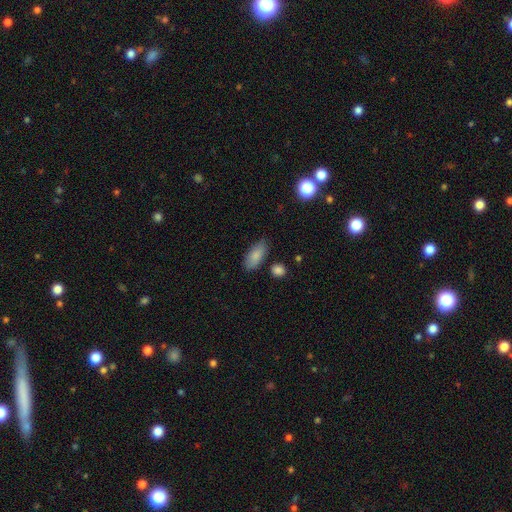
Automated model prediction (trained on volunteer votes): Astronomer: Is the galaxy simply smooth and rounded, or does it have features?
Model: smooth — 85%.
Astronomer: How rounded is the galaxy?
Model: in between — 87%.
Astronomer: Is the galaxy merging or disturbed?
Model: none — 79%.